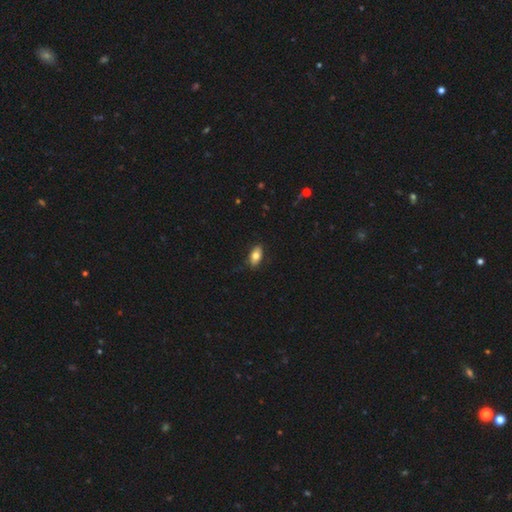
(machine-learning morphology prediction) The model was most divided on "smooth or featured": smooth: 76%, featured or disk: 17%, star or artifact: 7%. More confident: how rounded — in between (90%); merging — none (84%).